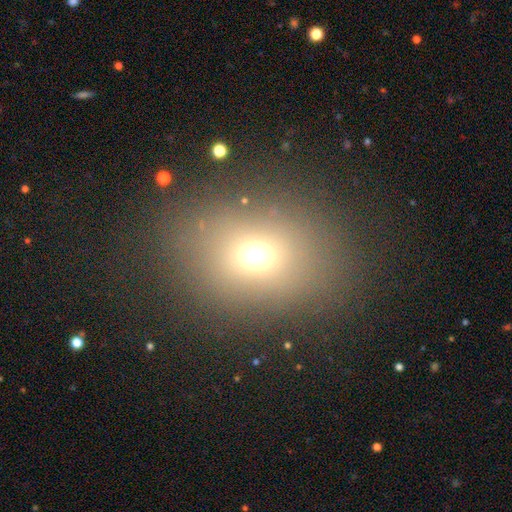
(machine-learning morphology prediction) type=smooth (66%); roundness=in between (52%); merging=none (81%).